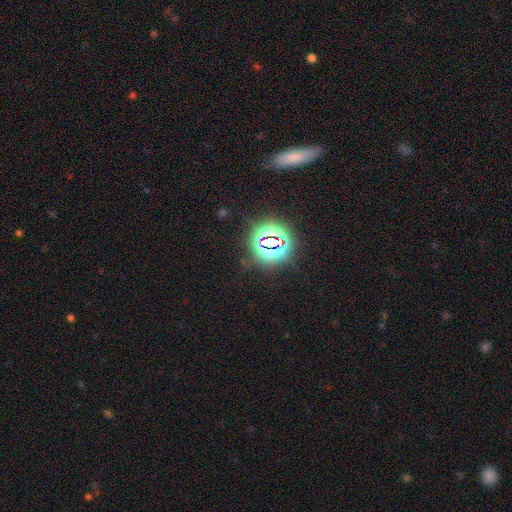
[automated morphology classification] star or artifact 76%, smooth 16%, featured or disk 8%.